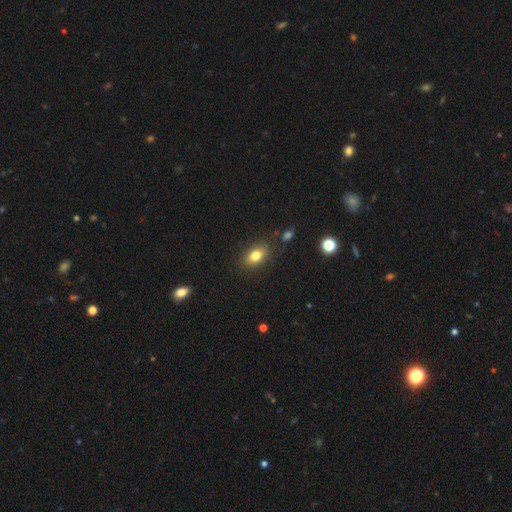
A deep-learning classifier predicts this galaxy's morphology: Smooth or featured? smooth (81%)
How rounded? in between (84%)
Merging? none (84%)